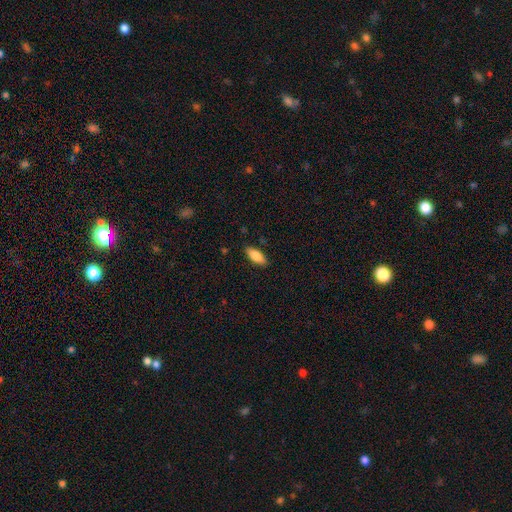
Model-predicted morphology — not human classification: smooth_or_featured: smooth (p=0.85) [alt: featured or disk p=0.09]
how_rounded: in between (p=0.76) [alt: cigar-shaped p=0.22]
merging: none (p=0.86) [alt: minor disturbance p=0.10]